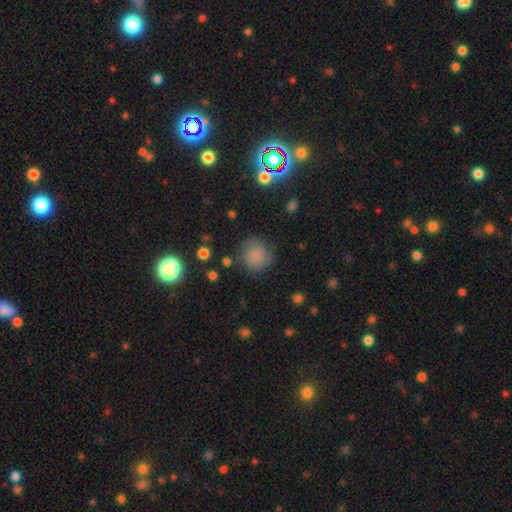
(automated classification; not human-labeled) A smooth galaxy with no disk features (80%) that is round (90%).

Vote fractions:
- Smooth or featured? smooth: 80% / star or artifact: 11% / featured or disk: 8%
- How rounded? round: 90% / in between: 9% / cigar-shaped: 1%
- Merging? none: 76% / minor disturbance: 16% / major disturbance: 6% / merger: 2%